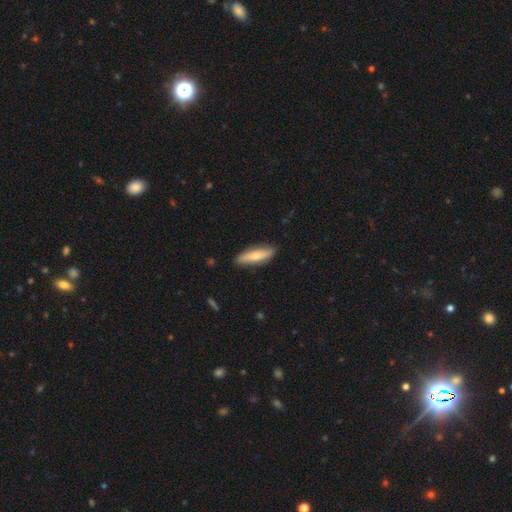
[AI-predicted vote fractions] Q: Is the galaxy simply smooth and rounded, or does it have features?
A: smooth — 65%.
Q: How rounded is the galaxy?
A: cigar-shaped — 66%.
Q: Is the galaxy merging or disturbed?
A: none — 87%.